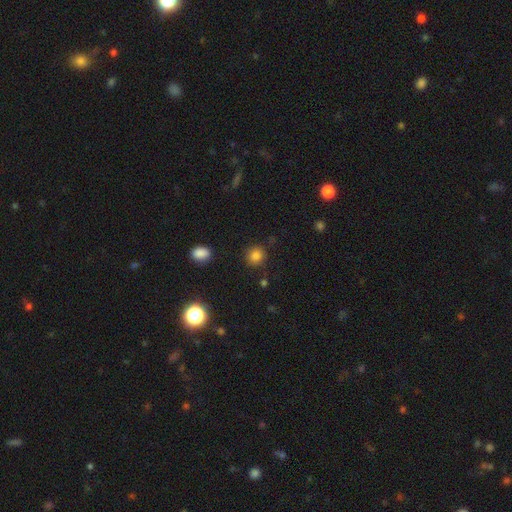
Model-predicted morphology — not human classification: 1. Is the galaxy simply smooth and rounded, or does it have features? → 82% smooth, 13% star or artifact, 5% featured or disk.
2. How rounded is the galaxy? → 88% round, 11% in between, 1% cigar-shaped.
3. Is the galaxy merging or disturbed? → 86% none, 9% minor disturbance, 3% major disturbance, 2% merger.